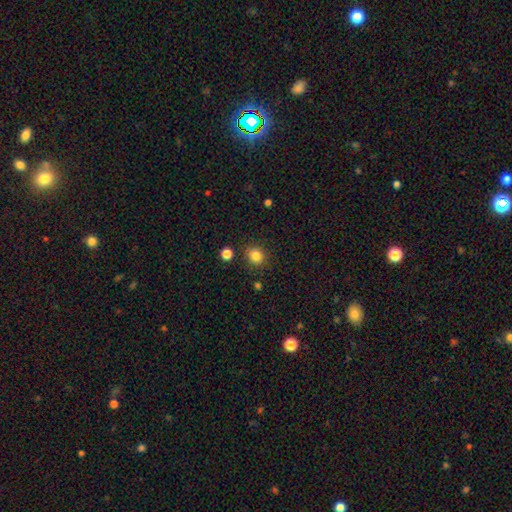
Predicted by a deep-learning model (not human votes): Morphology: type=smooth (84%); roundness=round (76%); merging=none (85%).